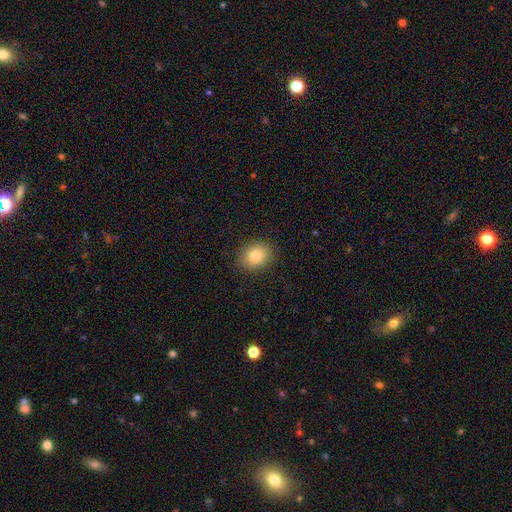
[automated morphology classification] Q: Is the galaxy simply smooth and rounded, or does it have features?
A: smooth — 82%.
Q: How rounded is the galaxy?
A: in between — 50%.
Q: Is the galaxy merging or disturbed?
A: none — 89%.